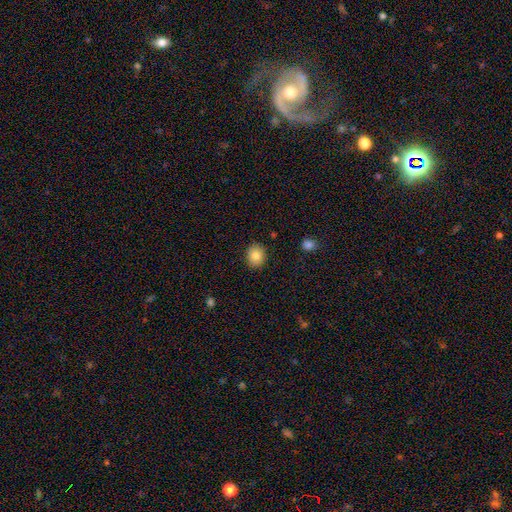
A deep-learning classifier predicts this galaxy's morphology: Smooth or featured: smooth — 82% (star or artifact — 9%)
How rounded: round — 72% (in between — 27%)
Merging: none — 89% (minor disturbance — 8%)